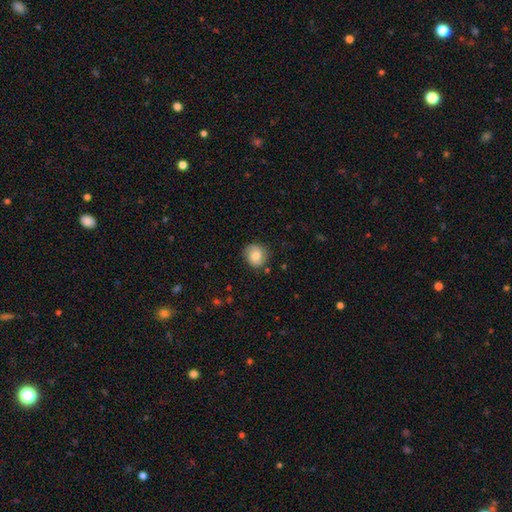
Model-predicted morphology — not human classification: The model was most divided on "smooth or featured": smooth: 70%, featured or disk: 22%, star or artifact: 8%. More confident: how rounded — round (85%); merging — none (80%).